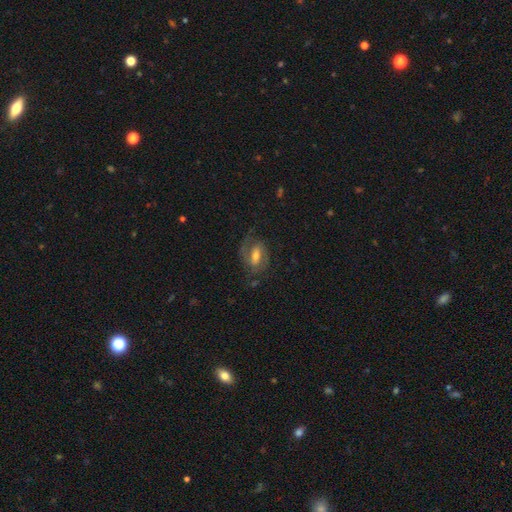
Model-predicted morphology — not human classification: smooth_or_featured: featured or disk (p=0.77) [alt: smooth p=0.16]
disk_edge_on: no (p=0.96) [alt: yes p=0.04]
bar: weak (p=0.46) [alt: strong p=0.32]
has_spiral_arms: yes (p=0.92) [alt: no p=0.08]
spiral_winding: medium (p=0.50) [alt: tight p=0.31]
spiral_arm_count: 2 (p=0.83) [alt: can't tell p=0.07]
bulge_size: moderate (p=0.58) [alt: small p=0.27]
merging: none (p=0.70) [alt: minor disturbance p=0.17]